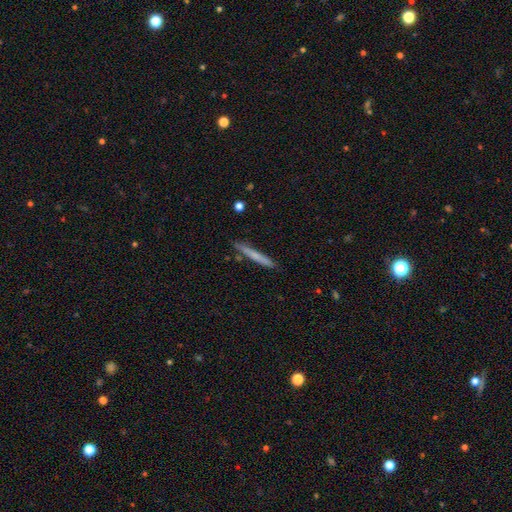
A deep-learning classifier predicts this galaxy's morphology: Q: Smooth or featured?
A: smooth (61%); runner-up: featured or disk (33%)
Q: How rounded?
A: cigar-shaped (96%); runner-up: in between (2%)
Q: Merging?
A: none (87%); runner-up: minor disturbance (9%)